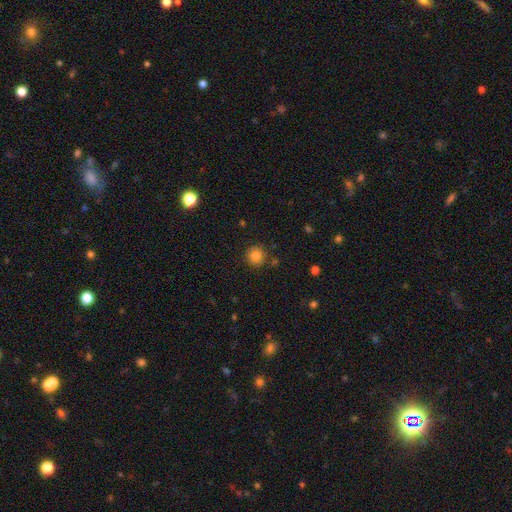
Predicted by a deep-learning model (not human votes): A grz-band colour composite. It shows a smooth galaxy with no disk features (83%) that is round (94%). Merging: none (87%).